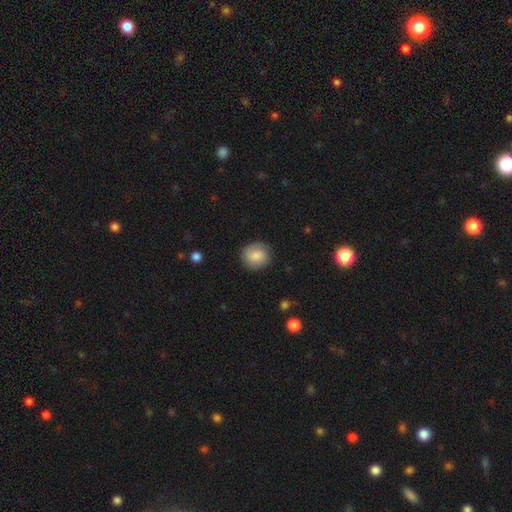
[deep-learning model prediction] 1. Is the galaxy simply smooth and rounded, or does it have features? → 80% smooth, 13% featured or disk, 7% star or artifact.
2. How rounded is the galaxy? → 85% round, 14% in between, 1% cigar-shaped.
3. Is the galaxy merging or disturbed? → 86% none, 10% minor disturbance, 3% major disturbance, 1% merger.